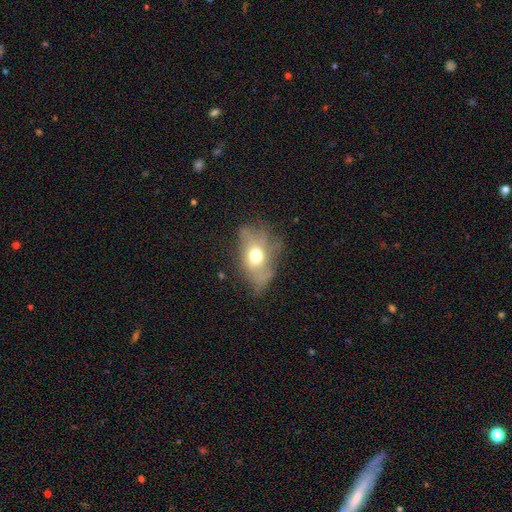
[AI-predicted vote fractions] Morphology: type=smooth (52%); roundness=in between (80%); merging=none (41%).